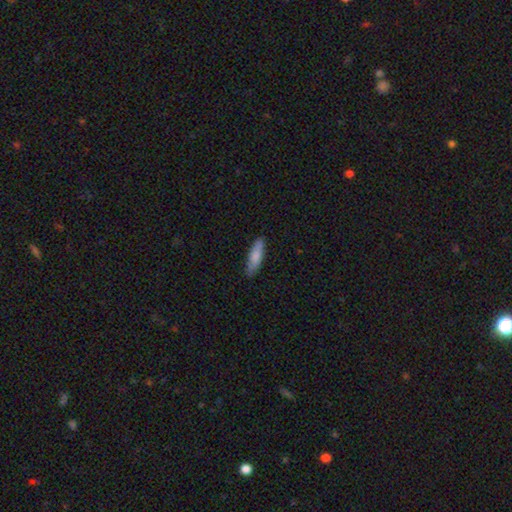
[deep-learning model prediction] A smooth galaxy with no disk features (81%) that is cigar-shaped (62%).

Vote fractions:
- Smooth or featured? smooth: 81% / featured or disk: 13% / star or artifact: 6%
- How rounded? cigar-shaped: 62% / in between: 37% / round: 2%
- Merging? none: 83% / minor disturbance: 13% / major disturbance: 2% / merger: 1%